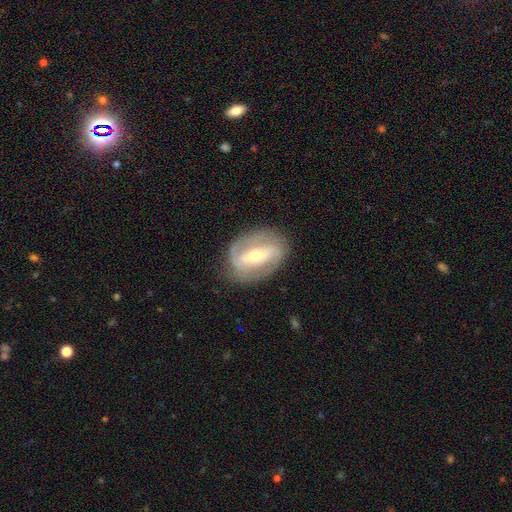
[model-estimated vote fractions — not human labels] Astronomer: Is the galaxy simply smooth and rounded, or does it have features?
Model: featured or disk — 81%.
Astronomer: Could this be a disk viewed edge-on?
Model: no — 94%.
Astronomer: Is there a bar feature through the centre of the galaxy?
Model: strong — 58%.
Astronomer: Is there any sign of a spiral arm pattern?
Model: yes — 82%.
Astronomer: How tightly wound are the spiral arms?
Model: medium — 41% (runner-up: tight, 39%).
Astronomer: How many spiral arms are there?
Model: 2 — 80%.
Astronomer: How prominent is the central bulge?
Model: moderate — 51% (runner-up: small, 45%).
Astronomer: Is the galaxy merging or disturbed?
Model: none — 79%.